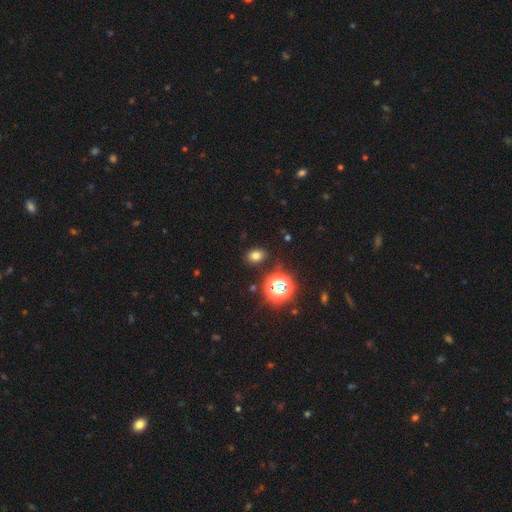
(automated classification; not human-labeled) Smooth or featured: smooth — 71% (star or artifact — 22%)
How rounded: in between — 65% (round — 34%)
Merging: none — 85% (minor disturbance — 9%)